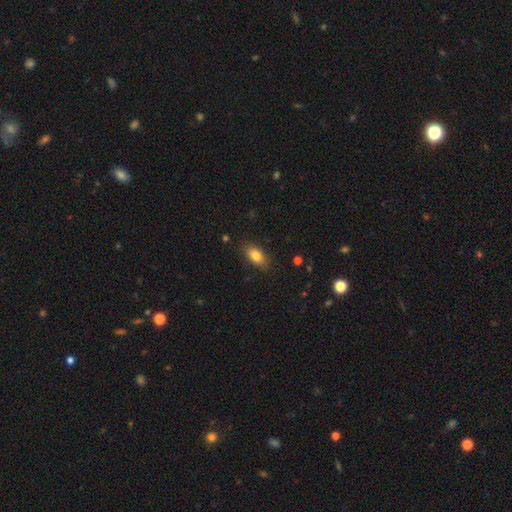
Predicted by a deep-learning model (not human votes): Smooth or featured?
  - smooth: 81% *
  - featured or disk: 10%
  - star or artifact: 8%
How rounded?
  - in between: 88% *
  - cigar-shaped: 6%
  - round: 6%
Merging?
  - none: 85% *
  - minor disturbance: 11%
  - major disturbance: 3%
  - merger: 1%